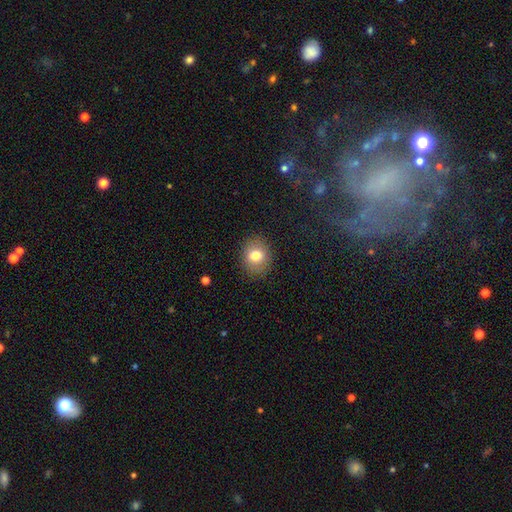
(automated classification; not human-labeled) This appears to be a smooth galaxy with no disk features (79%) that is round (64%). Merging: none (87%).